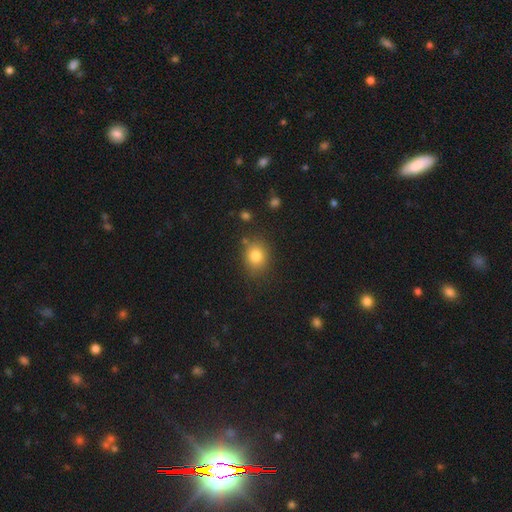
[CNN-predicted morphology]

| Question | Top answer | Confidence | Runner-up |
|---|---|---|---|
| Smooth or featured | smooth | 81% | star or artifact (11%) |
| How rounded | round | 56% | in between (43%) |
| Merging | none | 78% | minor disturbance (14%) |